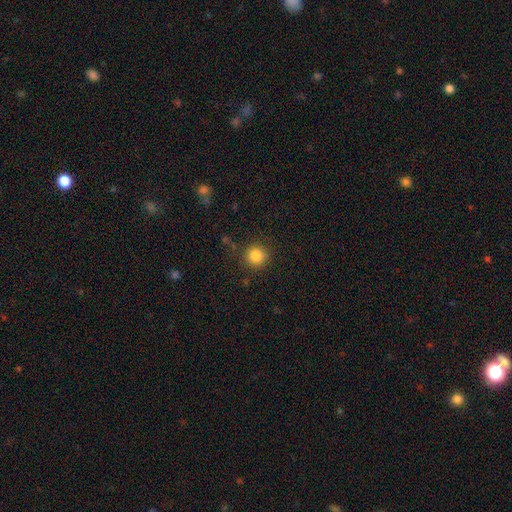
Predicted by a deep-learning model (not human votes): Morphology: type=smooth (85%); roundness=round (92%); merging=none (88%).